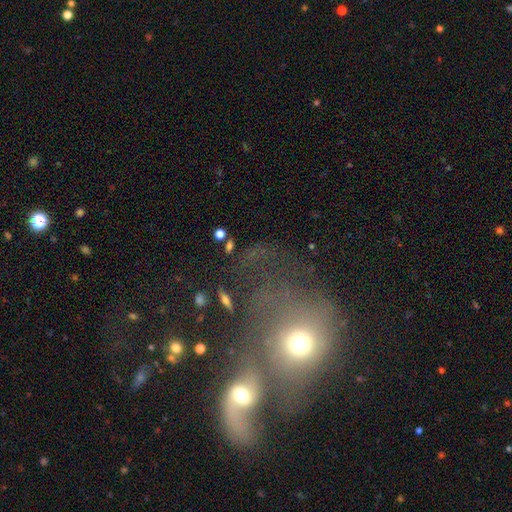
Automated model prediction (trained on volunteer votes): Q: Smooth or featured?
A: smooth (48%); runner-up: featured or disk (28%)
Q: Merging?
A: merger (46%); runner-up: none (23%)